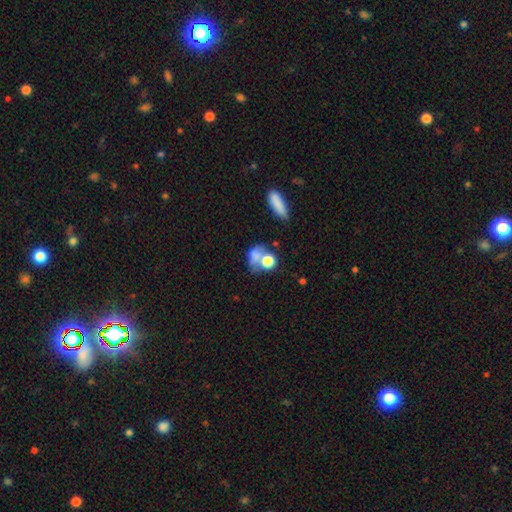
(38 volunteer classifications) This is likely a smooth galaxy (66%). How rounded: likely round (64%). Merging: possibly merger (46%).